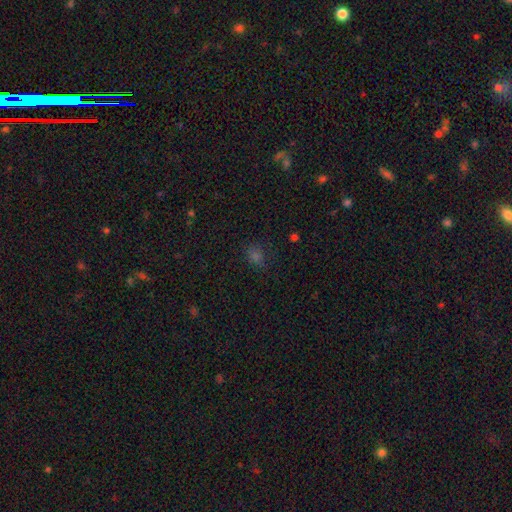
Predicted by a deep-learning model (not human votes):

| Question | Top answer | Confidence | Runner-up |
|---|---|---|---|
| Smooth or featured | smooth | 62% | star or artifact (32%) |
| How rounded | round | 50% | in between (48%) |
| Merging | none | 76% | minor disturbance (15%) |